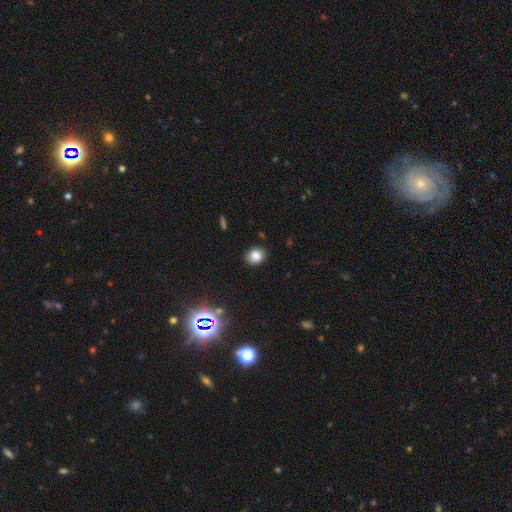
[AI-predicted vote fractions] A smooth galaxy with no disk features (81%) that is round (61%).

Vote fractions:
- Smooth or featured? smooth: 81% / star or artifact: 12% / featured or disk: 6%
- How rounded? round: 61% / in between: 38% / cigar-shaped: 1%
- Merging? none: 89% / minor disturbance: 8% / major disturbance: 2% / merger: 1%